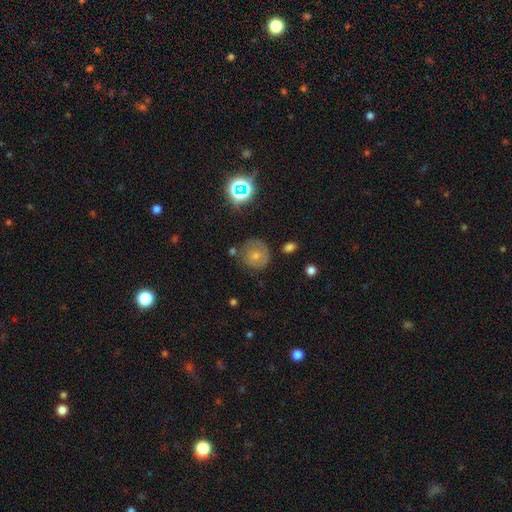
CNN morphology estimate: type=smooth (62%); roundness=round (89%); merging=none (65%).